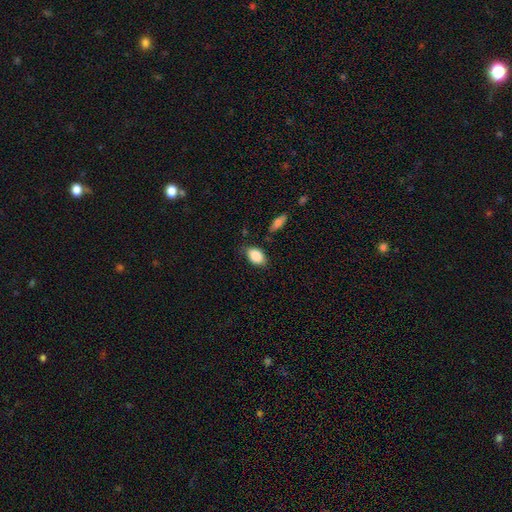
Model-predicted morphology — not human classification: Smooth or featured? smooth (86%)
How rounded? in between (87%)
Merging? none (74%)